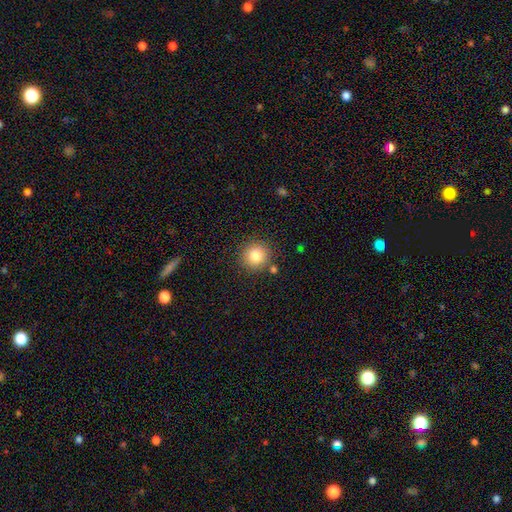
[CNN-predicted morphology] Overall: smooth (84%). How rounded: round (92%). Merging: none (85%).